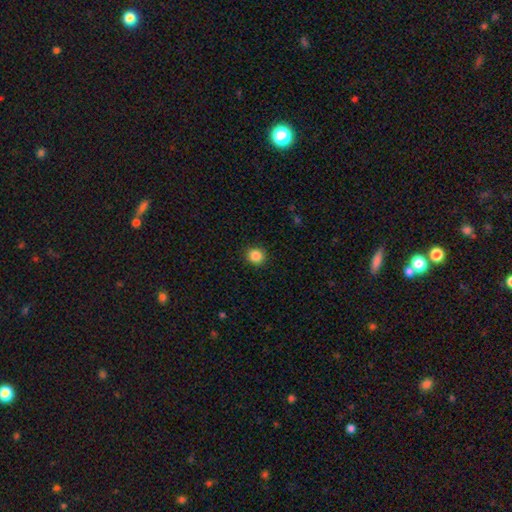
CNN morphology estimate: smooth-or-featured: smooth: 86% | star or artifact: 10% | featured or disk: 3%
  how-rounded: round: 86% | in between: 13% | cigar-shaped: 1%
  merging: none: 91% | minor disturbance: 6% | major disturbance: 2% | merger: 1%